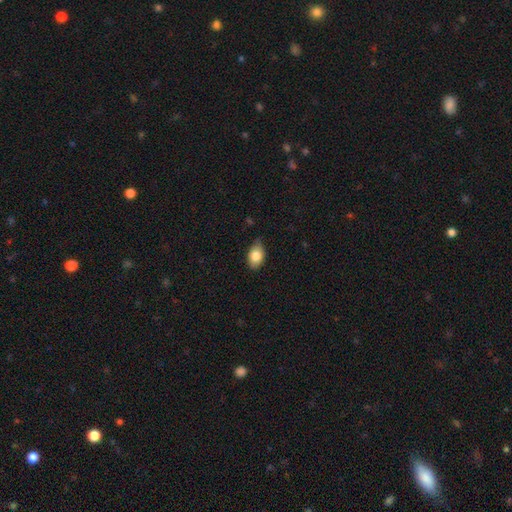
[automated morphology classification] smooth_or_featured: smooth (p=0.82) [alt: featured or disk p=0.11]
how_rounded: in between (p=0.87) [alt: round p=0.11]
merging: none (p=0.74) [alt: minor disturbance p=0.22]